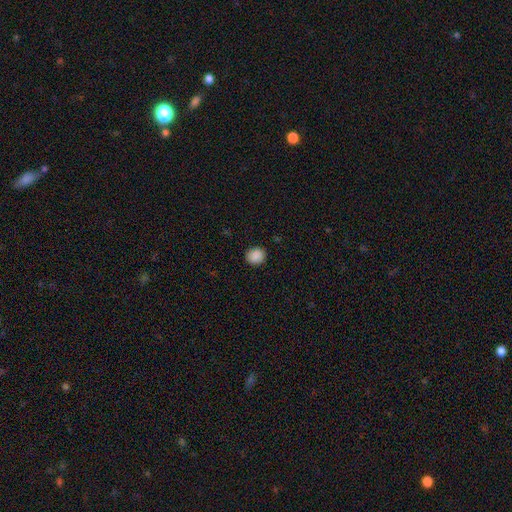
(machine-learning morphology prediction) Overall: smooth (89%). How rounded: round (76%). Merging: none (89%).